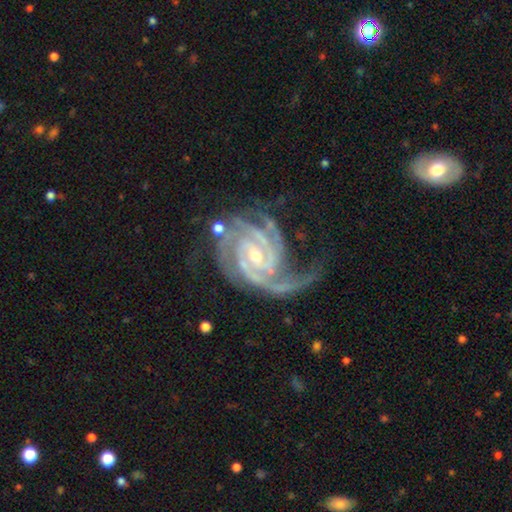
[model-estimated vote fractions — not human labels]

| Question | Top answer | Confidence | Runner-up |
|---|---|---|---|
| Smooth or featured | featured or disk | 94% | star or artifact (4%) |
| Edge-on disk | no | 98% | yes (2%) |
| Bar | weak | 41% | no (38%) |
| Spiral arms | yes | 99% | no (1%) |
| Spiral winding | tight | 62% | medium (33%) |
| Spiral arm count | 3 | 38% | 2 (21%) |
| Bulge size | small | 57% | moderate (40%) |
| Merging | none | 57% | minor disturbance (22%) |